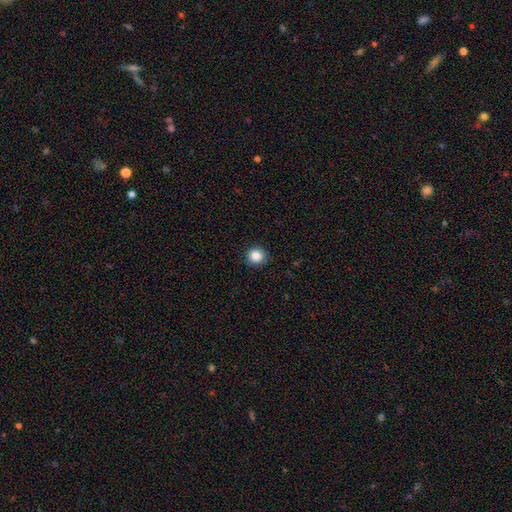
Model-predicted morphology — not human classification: A smooth galaxy with no disk features (86%) that is round (92%). Merging: none (90%).